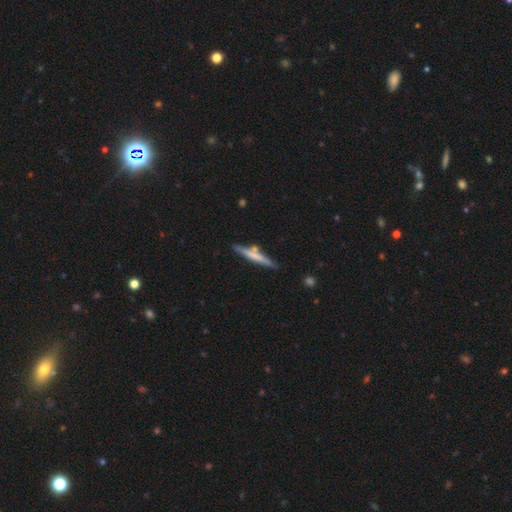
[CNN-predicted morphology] Q: Smooth or featured?
A: smooth (53%); runner-up: featured or disk (42%)
Q: How rounded?
A: cigar-shaped (94%); runner-up: in between (4%)
Q: Merging?
A: none (77%); runner-up: minor disturbance (13%)